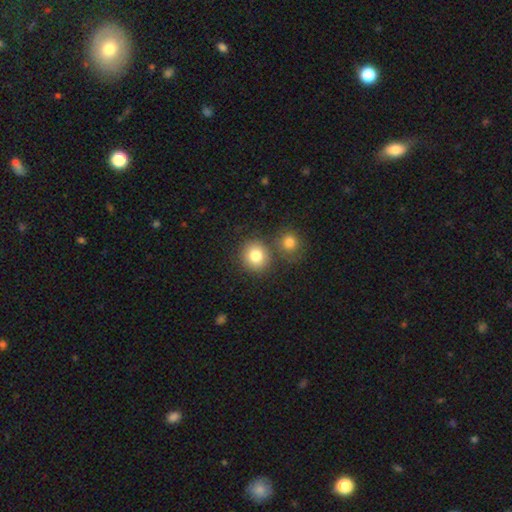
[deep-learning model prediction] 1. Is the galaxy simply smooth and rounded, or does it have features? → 81% smooth, 10% star or artifact, 8% featured or disk.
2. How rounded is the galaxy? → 86% round, 13% in between, 1% cigar-shaped.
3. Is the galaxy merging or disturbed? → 72% none, 17% merger, 8% minor disturbance, 3% major disturbance.